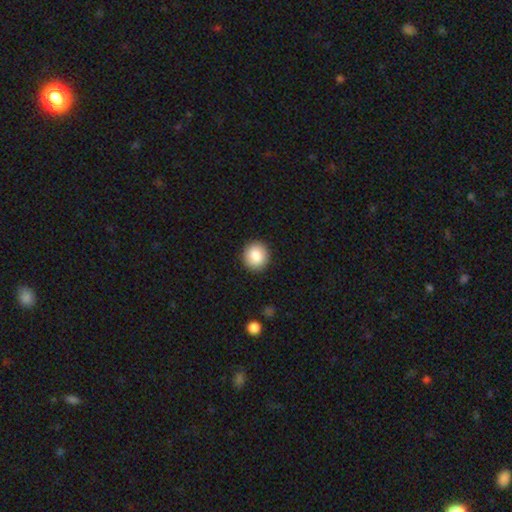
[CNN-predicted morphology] Smooth or featured?
  - smooth: 87% *
  - star or artifact: 7%
  - featured or disk: 6%
How rounded?
  - round: 85% *
  - in between: 14%
  - cigar-shaped: 1%
Merging?
  - none: 91% *
  - minor disturbance: 6%
  - major disturbance: 2%
  - merger: 1%